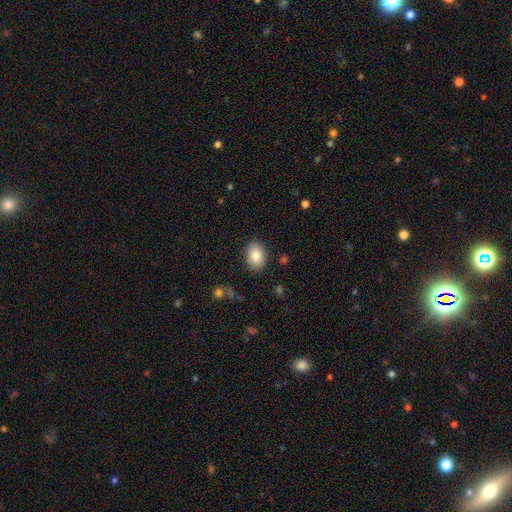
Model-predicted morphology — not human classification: Overall: smooth (84%). How rounded: in between (75%). Merging: none (87%).